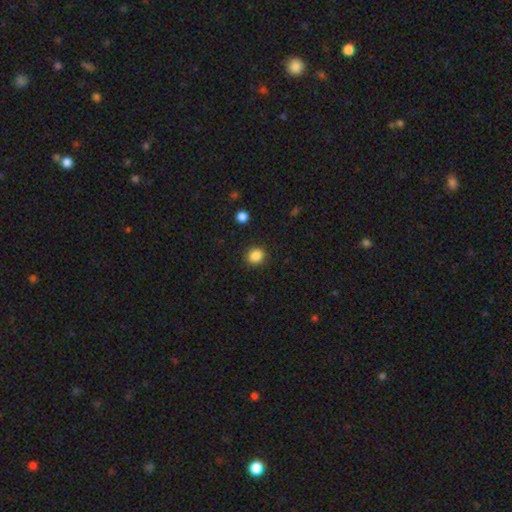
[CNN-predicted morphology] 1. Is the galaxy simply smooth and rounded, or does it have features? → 86% smooth, 11% star or artifact, 3% featured or disk.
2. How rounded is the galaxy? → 82% round, 17% in between, 1% cigar-shaped.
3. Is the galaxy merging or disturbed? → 90% none, 6% minor disturbance, 2% major disturbance, 1% merger.